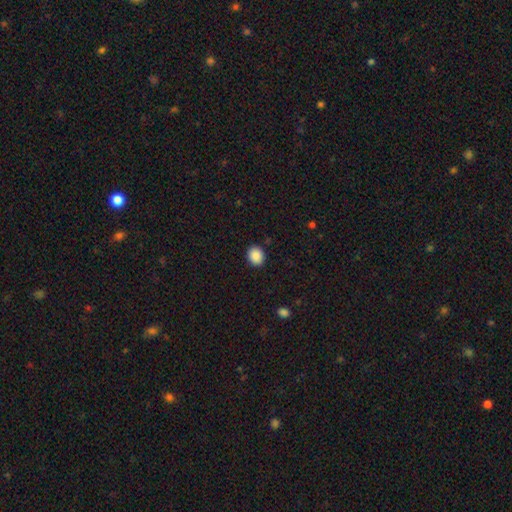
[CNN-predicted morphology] The model was most divided on "how rounded": round: 68%, in between: 32%, cigar-shaped: 1%. More confident: merging — none (90%); smooth or featured — smooth (89%).